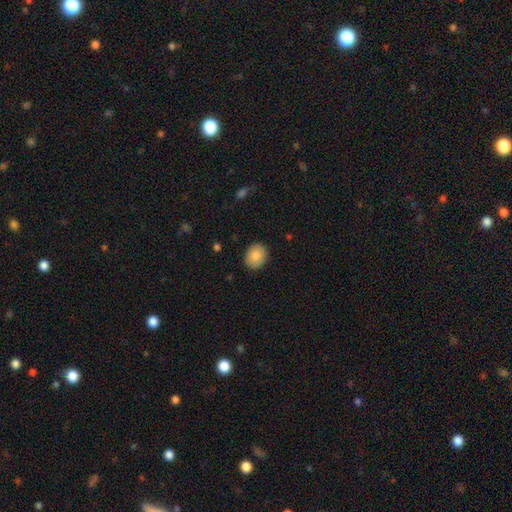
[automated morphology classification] This appears to be a smooth galaxy with no disk features (85%) that is round (63%). Merging: none (90%).